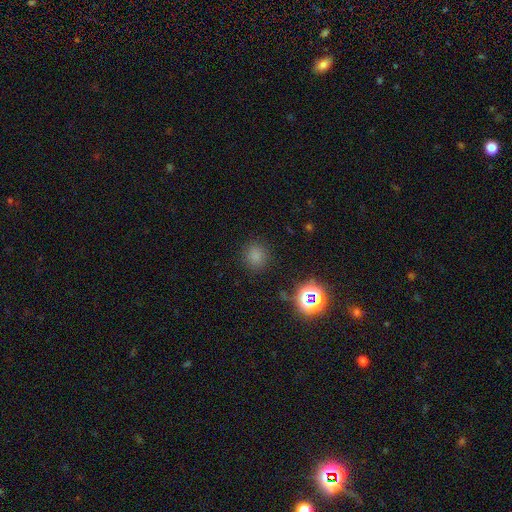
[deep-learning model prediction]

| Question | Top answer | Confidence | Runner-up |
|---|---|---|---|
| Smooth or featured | smooth | 76% | star or artifact (20%) |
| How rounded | round | 85% | in between (14%) |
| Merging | none | 87% | minor disturbance (8%) |